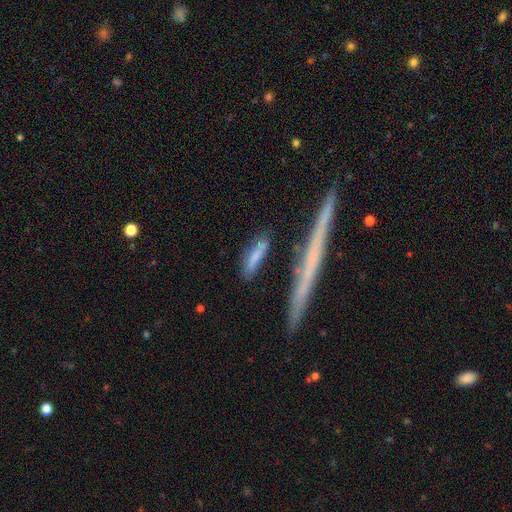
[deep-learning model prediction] smooth-or-featured: smooth: 71% | featured or disk: 21% | star or artifact: 7%
  how-rounded: cigar-shaped: 72% | in between: 25% | round: 3%
  merging: none: 68% | minor disturbance: 19% | merger: 7% | major disturbance: 5%